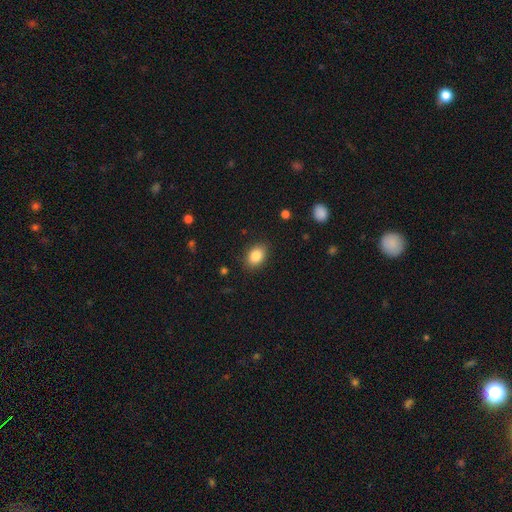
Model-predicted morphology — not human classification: This is clearly a smooth galaxy (85%). How rounded: likely in between (76%). Merging: clearly none (87%).